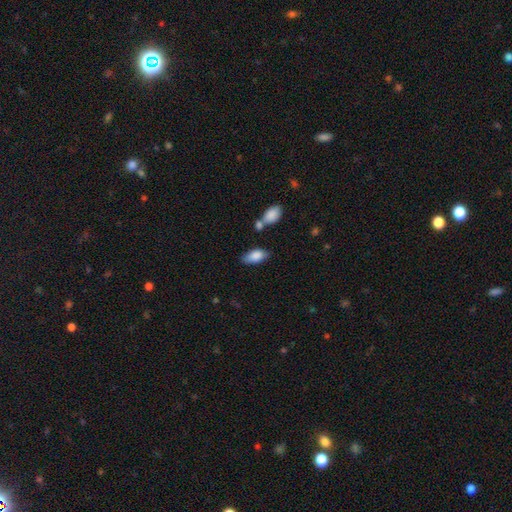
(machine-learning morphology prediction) Smooth or featured: smooth — 84% (featured or disk — 9%)
How rounded: in between — 90% (cigar-shaped — 7%)
Merging: none — 65% (minor disturbance — 19%)